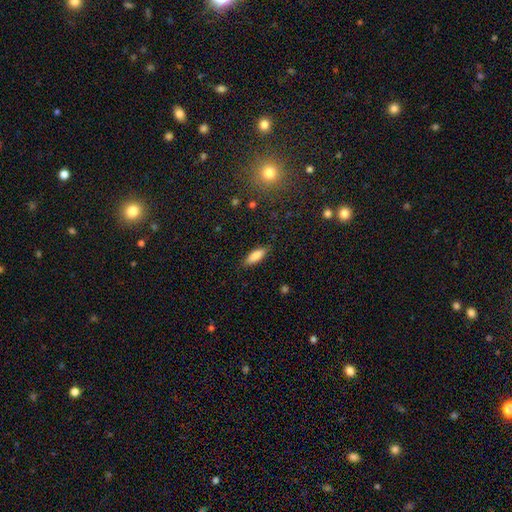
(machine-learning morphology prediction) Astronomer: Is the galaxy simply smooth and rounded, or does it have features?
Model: smooth — 85%.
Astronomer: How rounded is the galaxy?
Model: in between — 65%.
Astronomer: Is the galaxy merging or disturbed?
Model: none — 85%.